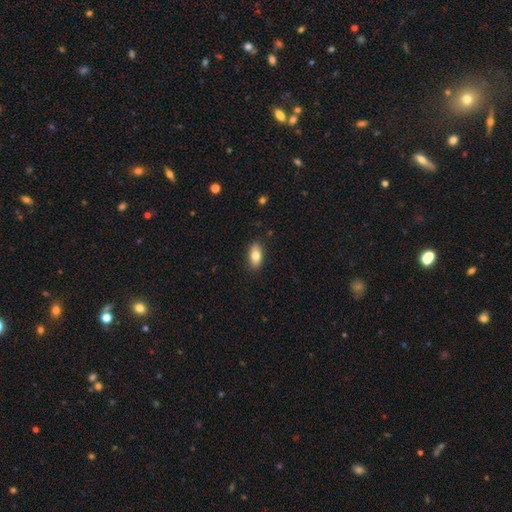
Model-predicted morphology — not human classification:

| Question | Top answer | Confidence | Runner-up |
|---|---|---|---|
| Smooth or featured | smooth | 79% | featured or disk (14%) |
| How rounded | in between | 88% | cigar-shaped (7%) |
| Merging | none | 88% | minor disturbance (9%) |